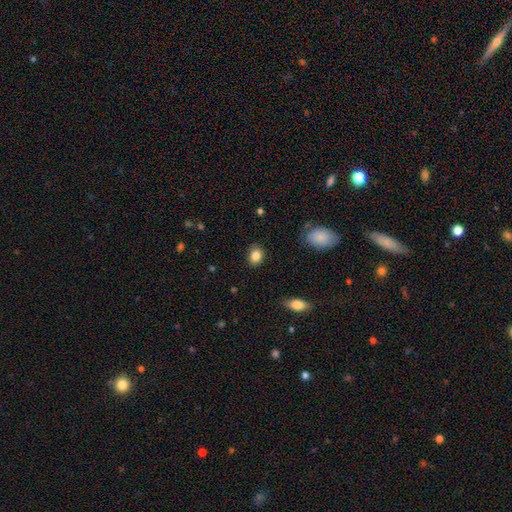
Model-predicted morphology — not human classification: smooth 85%, star or artifact 9%, featured or disk 6%. Down the decision tree: how rounded — in between (56%); merging — none (85%).